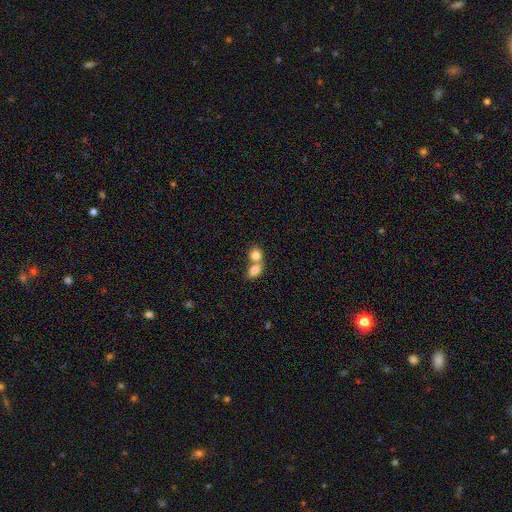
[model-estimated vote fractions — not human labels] smooth_or_featured: smooth (p=0.80) [alt: featured or disk p=0.11]
how_rounded: round (p=0.55) [alt: in between p=0.44]
merging: merger (p=0.68) [alt: none p=0.24]